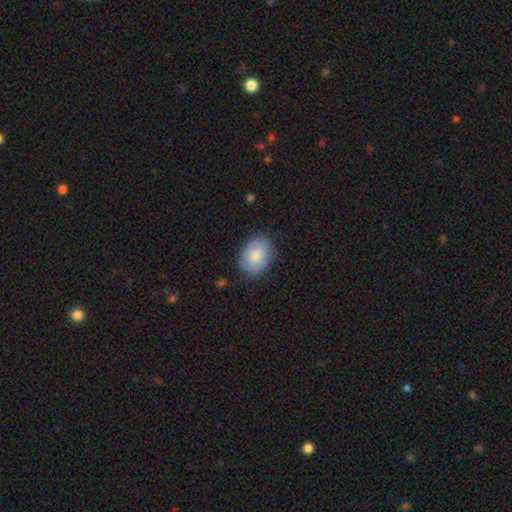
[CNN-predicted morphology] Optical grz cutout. It shows a smooth galaxy with no disk features (82%) that is in between round and cigar-shaped (73%). Merging: none (81%).